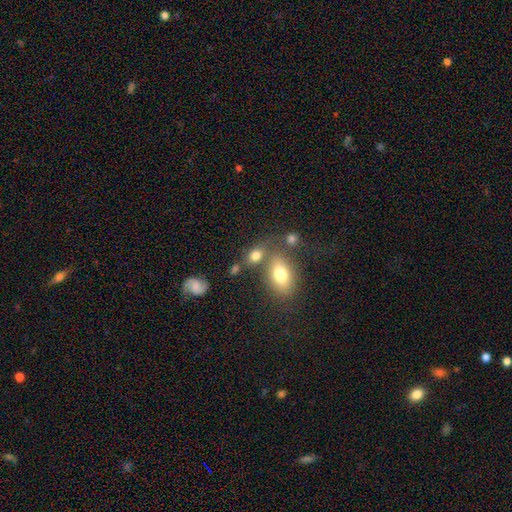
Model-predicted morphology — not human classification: Q: Smooth or featured?
A: smooth (76%); runner-up: star or artifact (12%)
Q: How rounded?
A: in between (74%); runner-up: round (22%)
Q: Merging?
A: none (54%); runner-up: merger (26%)